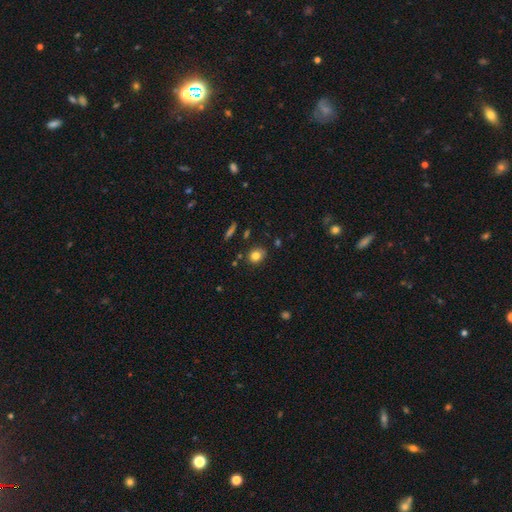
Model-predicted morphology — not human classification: Q: Smooth or featured?
A: smooth (81%); runner-up: star or artifact (11%)
Q: How rounded?
A: round (60%); runner-up: in between (39%)
Q: Merging?
A: none (83%); runner-up: minor disturbance (12%)